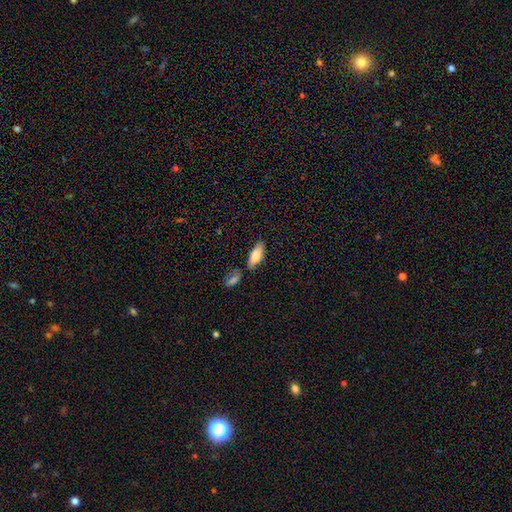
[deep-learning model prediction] This is likely a smooth galaxy (79%). How rounded: likely in between (77%). Merging: likely none (69%).